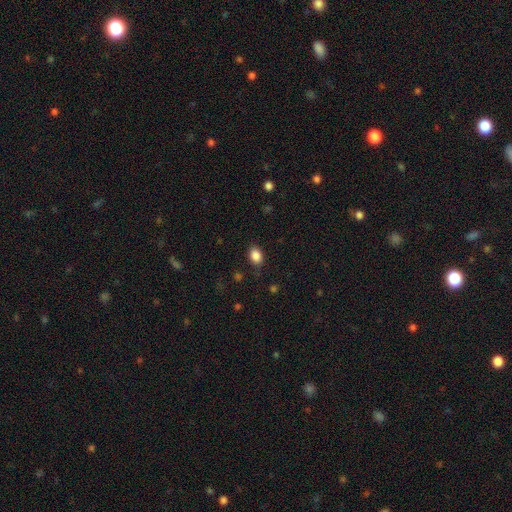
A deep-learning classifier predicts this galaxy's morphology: smooth-or-featured: smooth: 87% | star or artifact: 9% | featured or disk: 4%
  how-rounded: in between: 79% | round: 20% | cigar-shaped: 1%
  merging: none: 84% | minor disturbance: 12% | major disturbance: 3% | merger: 1%